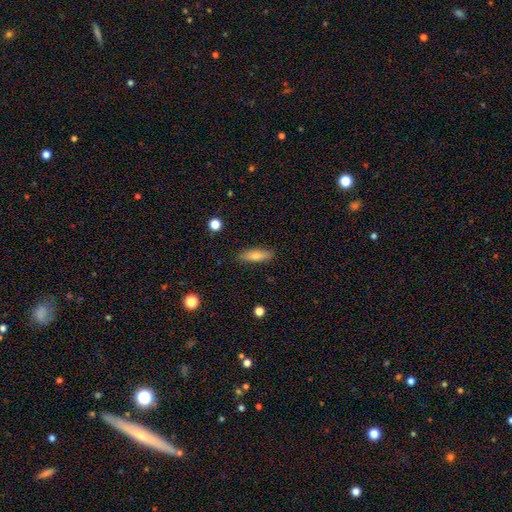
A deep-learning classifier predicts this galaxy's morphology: Smooth or featured? Predicted: smooth (p=0.65). How rounded? Predicted: cigar-shaped (p=0.63). Merging? Predicted: none (p=0.88).